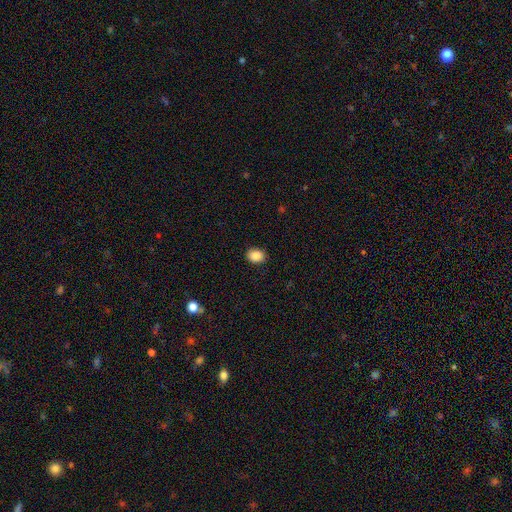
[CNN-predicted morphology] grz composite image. It shows a smooth galaxy with no disk features (87%) that is in between round and cigar-shaped (56%). Merging: none (90%).